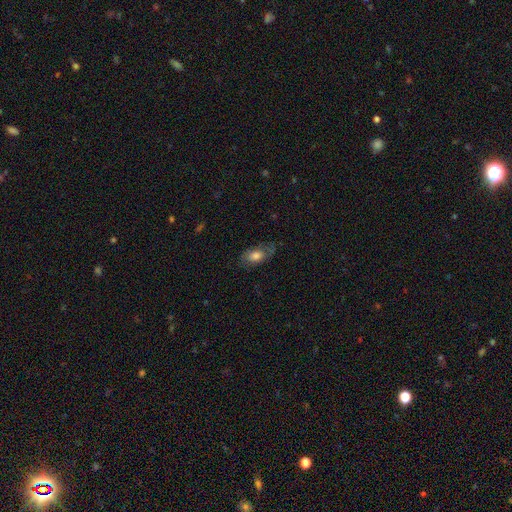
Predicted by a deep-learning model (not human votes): A smooth galaxy with no disk features (70%) that is in between round and cigar-shaped (87%).

Vote fractions:
- Smooth or featured? smooth: 70% / featured or disk: 22% / star or artifact: 8%
- How rounded? in between: 87% / round: 7% / cigar-shaped: 5%
- Merging? none: 63% / minor disturbance: 24% / major disturbance: 12% / merger: 2%